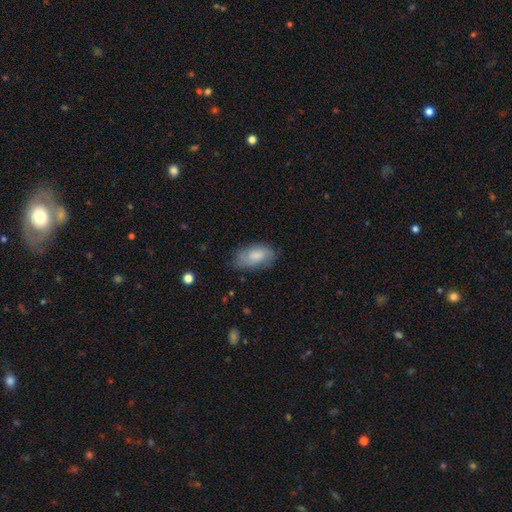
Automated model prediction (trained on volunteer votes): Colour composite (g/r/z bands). It shows a smooth galaxy with no disk features (73%) that is in between round and cigar-shaped (93%). Merging: none (68%).